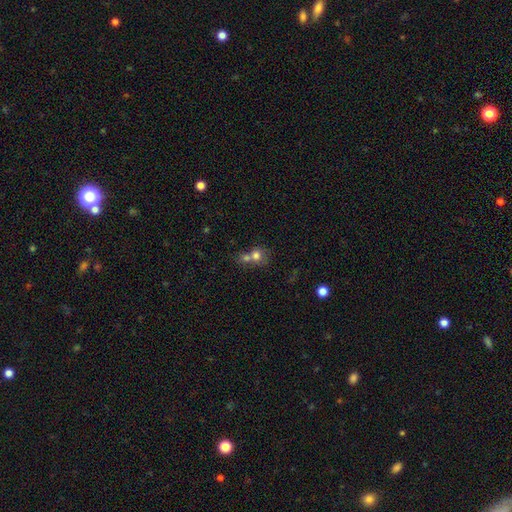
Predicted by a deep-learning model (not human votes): Smooth or featured: smooth — 73% (featured or disk — 14%)
How rounded: round — 78% (in between — 21%)
Merging: merger — 57% (none — 32%)